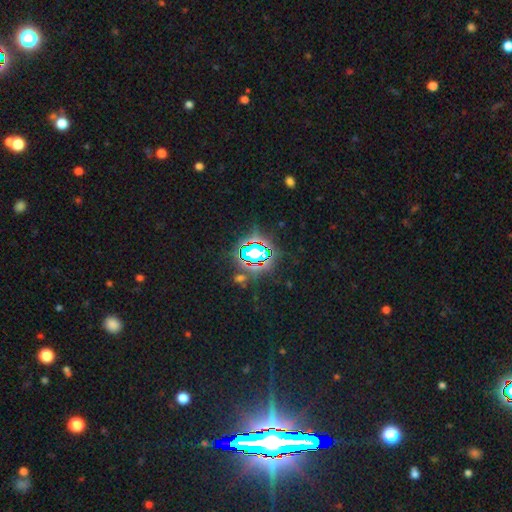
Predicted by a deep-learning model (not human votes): Q: Smooth or featured?
A: star or artifact (76%); runner-up: smooth (14%)